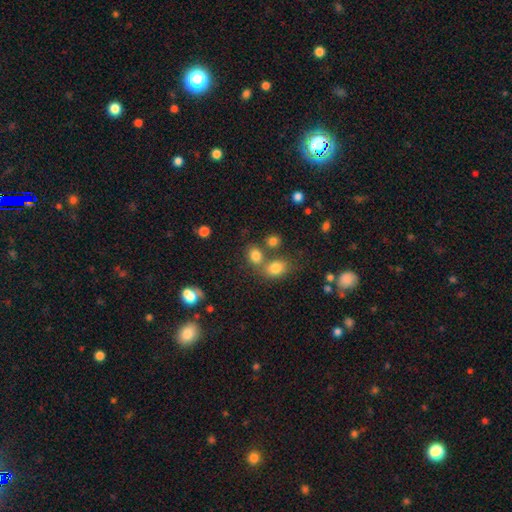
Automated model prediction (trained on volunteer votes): This appears to be a smooth galaxy with no disk features (79%) that is round (54%). Merging: none (55%).